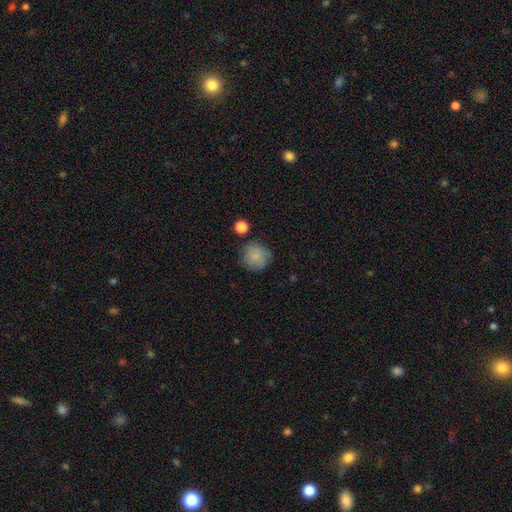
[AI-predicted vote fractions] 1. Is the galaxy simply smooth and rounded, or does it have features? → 83% smooth, 9% featured or disk, 8% star or artifact.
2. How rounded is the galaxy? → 90% round, 9% in between, 1% cigar-shaped.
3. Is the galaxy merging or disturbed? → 75% none, 16% minor disturbance, 5% major disturbance, 4% merger.